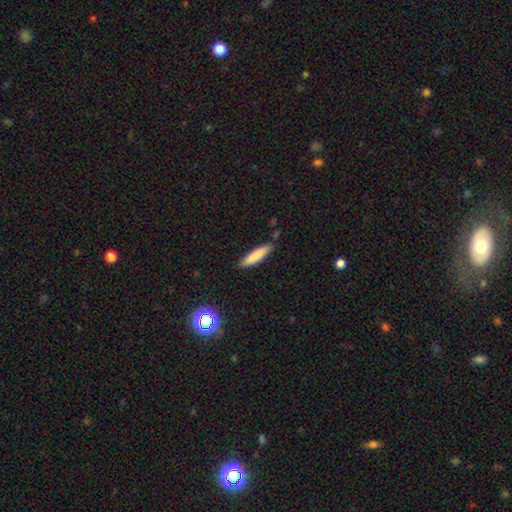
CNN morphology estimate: Smooth or featured? smooth (82%)
How rounded? cigar-shaped (83%)
Merging? none (84%)